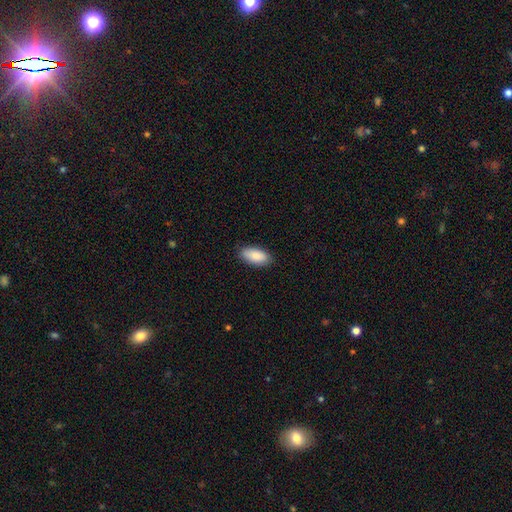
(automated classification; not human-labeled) smooth_or_featured: smooth (p=0.90) [alt: star or artifact p=0.06]
how_rounded: in between (p=0.91) [alt: cigar-shaped p=0.07]
merging: none (p=0.87) [alt: minor disturbance p=0.10]